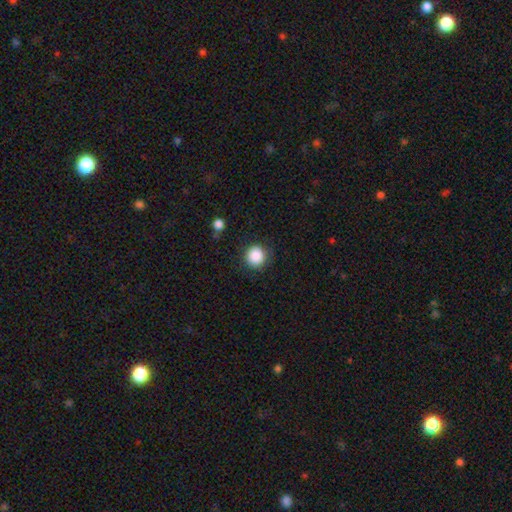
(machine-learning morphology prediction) Overall: smooth (88%). How rounded: round (94%). Merging: none (87%).